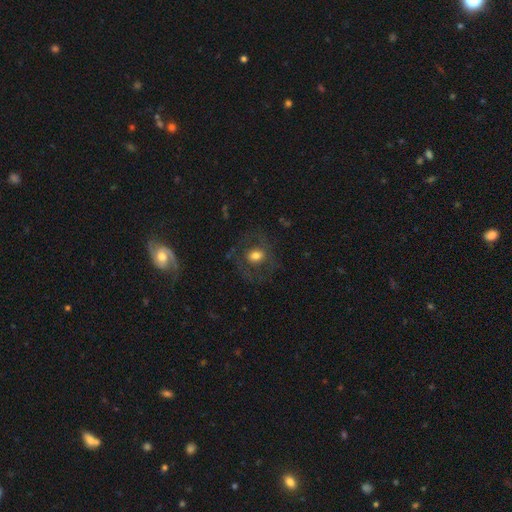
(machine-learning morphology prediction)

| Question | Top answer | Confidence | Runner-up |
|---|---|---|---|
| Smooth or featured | smooth | 54% | featured or disk (35%) |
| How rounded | round | 63% | in between (36%) |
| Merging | none | 68% | minor disturbance (16%) |